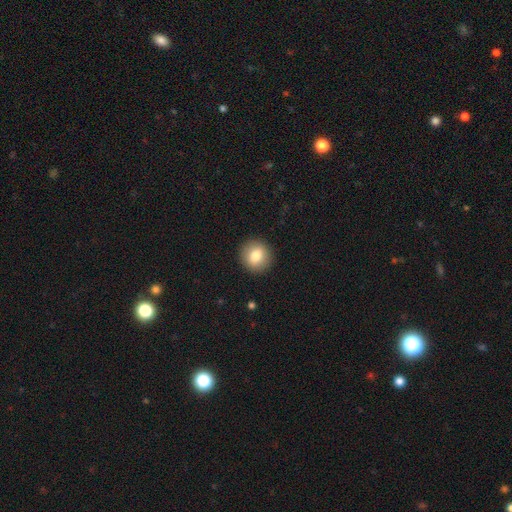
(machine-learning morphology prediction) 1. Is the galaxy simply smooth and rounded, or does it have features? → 80% smooth, 12% featured or disk, 8% star or artifact.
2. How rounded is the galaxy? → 92% round, 7% in between, 1% cigar-shaped.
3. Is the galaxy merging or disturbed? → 92% none, 5% minor disturbance, 2% major disturbance, 1% merger.